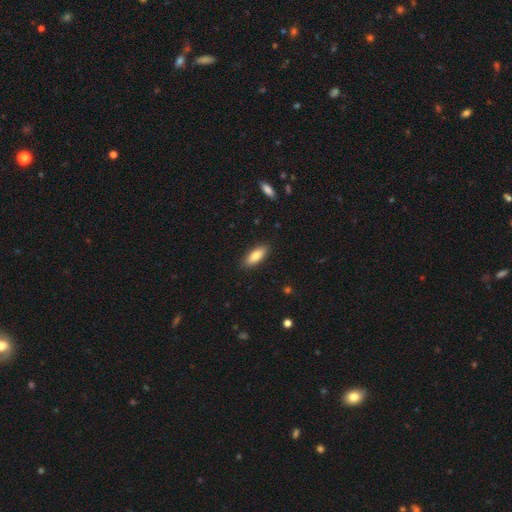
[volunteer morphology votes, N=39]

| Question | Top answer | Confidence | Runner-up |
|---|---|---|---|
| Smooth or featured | smooth | 62% | featured or disk (28%) |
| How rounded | in between | 71% | cigar-shaped (29%) |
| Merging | none | 80% | minor disturbance (11%) |